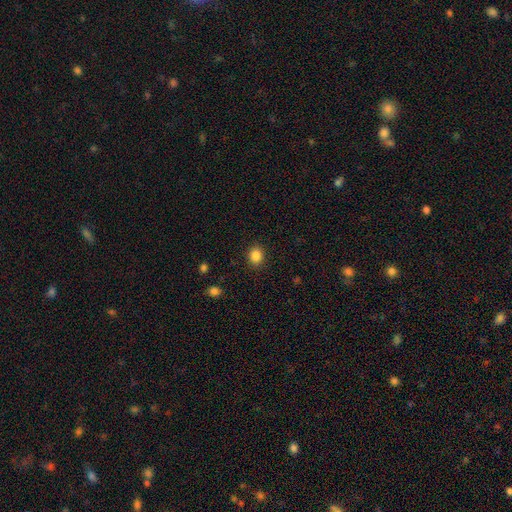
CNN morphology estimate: A smooth galaxy with no disk features (86%) that is round (62%). Merging: none (89%).